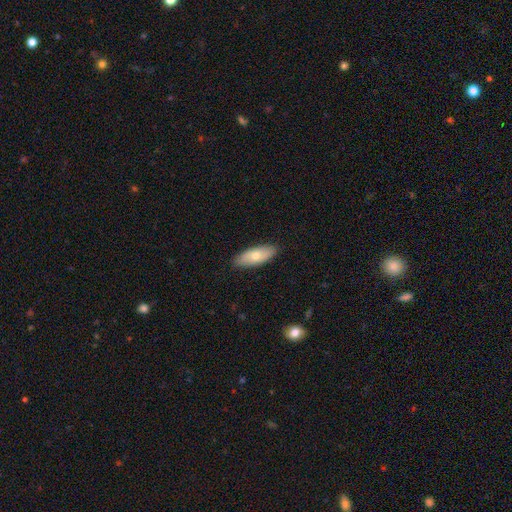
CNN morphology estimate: Smooth or featured? smooth (68%)
How rounded? in between (74%)
Merging? none (89%)